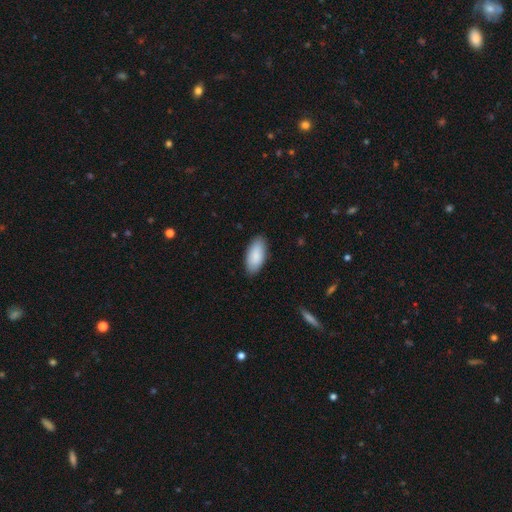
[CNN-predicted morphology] A smooth galaxy with no disk features (89%) that is in between round and cigar-shaped (92%). Merging: none (87%).